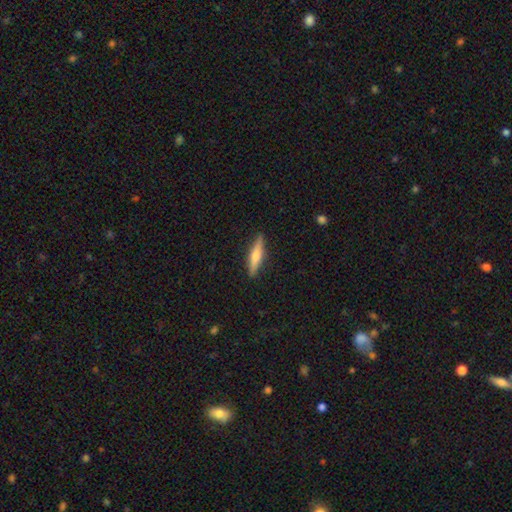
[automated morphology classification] This appears to be a featured or disk galaxy (55%) viewed edge-on (96%) with a rounded central bulge (89%). Merging: none (91%).